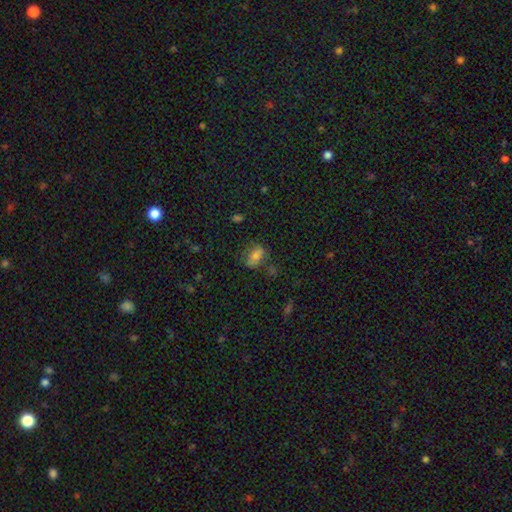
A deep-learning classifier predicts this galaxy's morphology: A smooth galaxy with no disk features (68%) that is in between round and cigar-shaped (79%).

Vote fractions:
- Smooth or featured? smooth: 68% / featured or disk: 17% / star or artifact: 15%
- How rounded? in between: 79% / round: 17% / cigar-shaped: 3%
- Merging? none: 59% / minor disturbance: 24% / major disturbance: 11% / merger: 6%